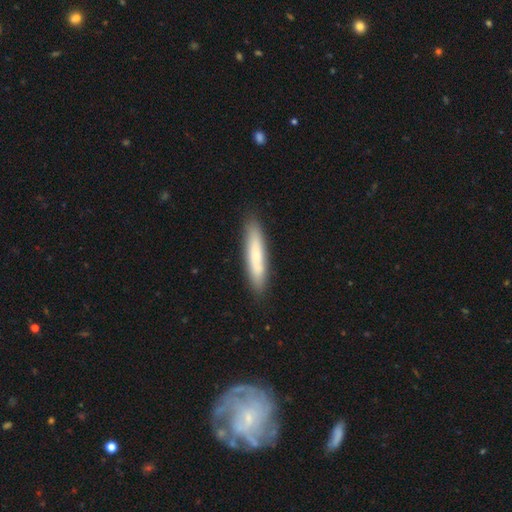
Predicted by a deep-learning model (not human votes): Q: Smooth or featured?
A: smooth (59%); runner-up: featured or disk (33%)
Q: How rounded?
A: cigar-shaped (87%); runner-up: in between (11%)
Q: Merging?
A: none (85%); runner-up: minor disturbance (11%)